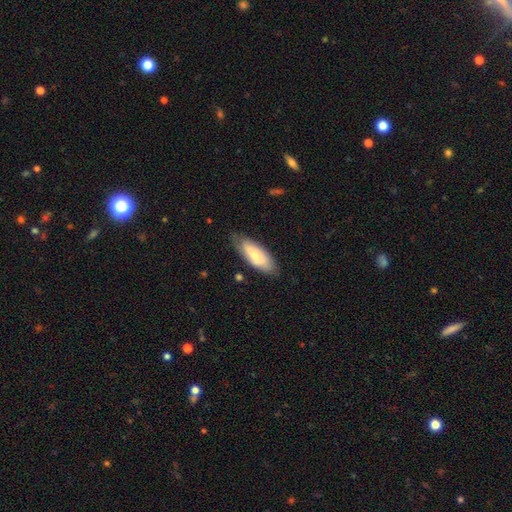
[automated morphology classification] smooth_or_featured: smooth (p=0.67) [alt: featured or disk p=0.27]
how_rounded: in between (p=0.76) [alt: cigar-shaped p=0.22]
merging: none (p=0.73) [alt: minor disturbance p=0.21]